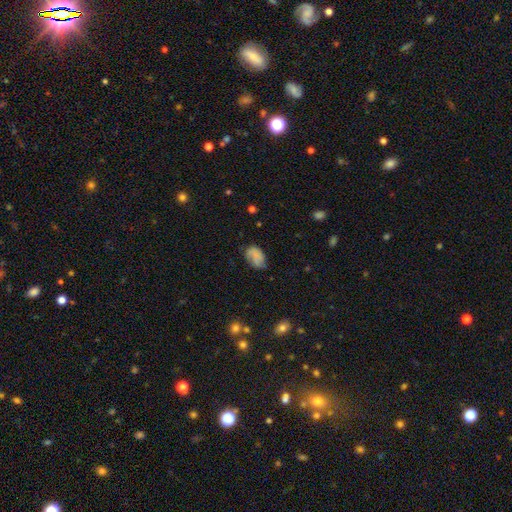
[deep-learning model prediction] Smooth or featured? Predicted: smooth (p=0.69). How rounded? Predicted: in between (p=0.86). Merging? Predicted: none (p=0.54).